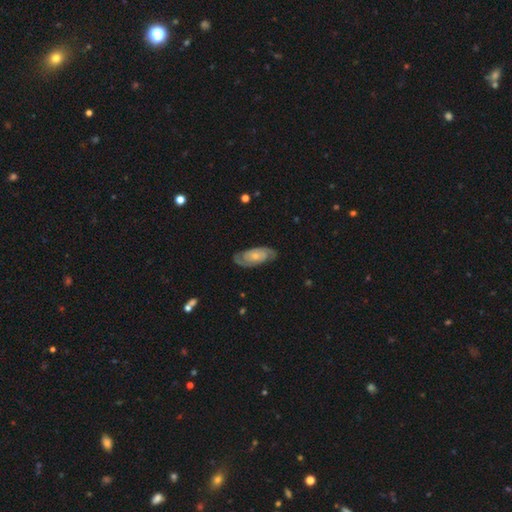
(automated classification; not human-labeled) featured or disk 81%, smooth 14%, star or artifact 5%. Down the decision tree: edge-on disk — no (94%); bar — no (71%); spiral arms — yes (95%); spiral arm count — 2 (87%); spiral winding — tight (54%); bulge size — small (58%); merging — none (81%).